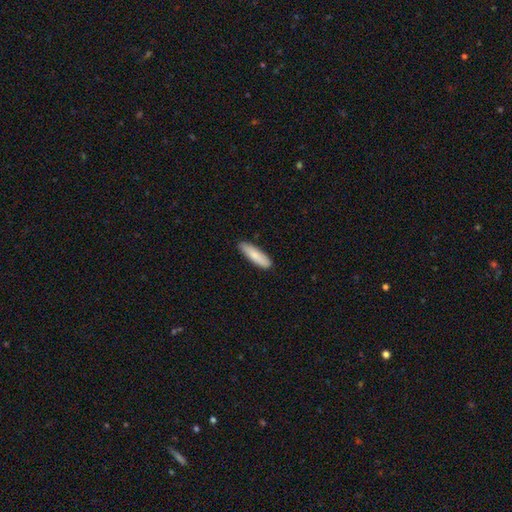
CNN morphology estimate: smooth-or-featured: smooth: 84% | featured or disk: 11% | star or artifact: 5%
  how-rounded: cigar-shaped: 68% | in between: 31% | round: 1%
  merging: none: 87% | minor disturbance: 10% | major disturbance: 2% | merger: 1%